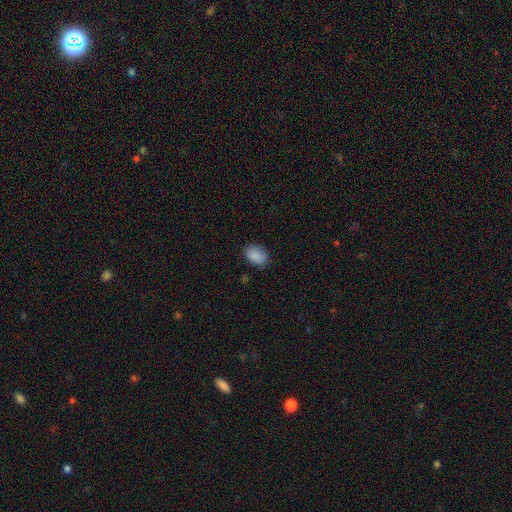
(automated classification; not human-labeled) smooth_or_featured: smooth (p=0.88) [alt: star or artifact p=0.08]
how_rounded: in between (p=0.83) [alt: round p=0.16]
merging: none (p=0.81) [alt: minor disturbance p=0.14]